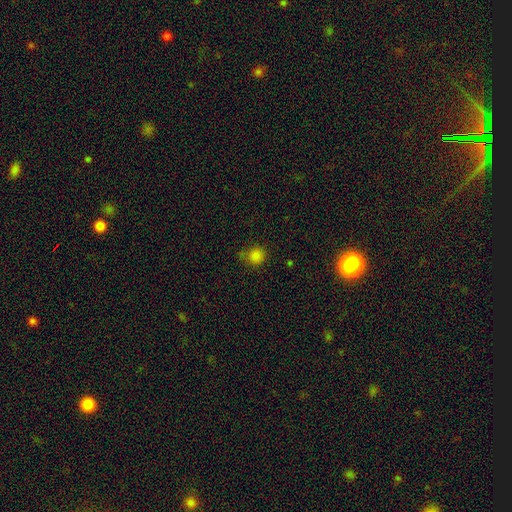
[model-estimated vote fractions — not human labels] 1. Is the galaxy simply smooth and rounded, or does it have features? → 80% smooth, 15% star or artifact, 4% featured or disk.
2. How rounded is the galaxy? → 87% round, 12% in between, 1% cigar-shaped.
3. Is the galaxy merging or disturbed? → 68% none, 20% minor disturbance, 6% merger, 6% major disturbance.